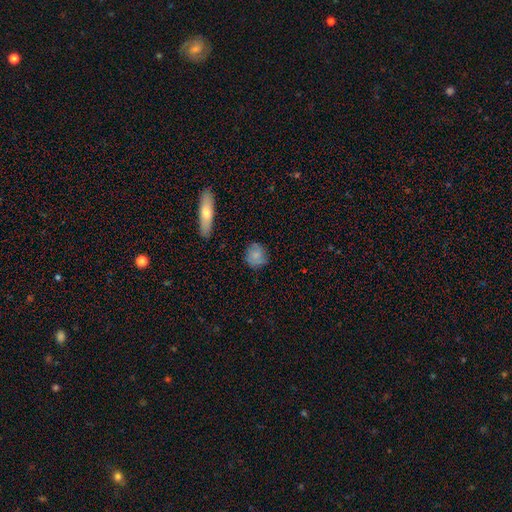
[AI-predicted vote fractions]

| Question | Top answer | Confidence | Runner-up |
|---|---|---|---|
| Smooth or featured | smooth | 77% | featured or disk (15%) |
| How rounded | round | 79% | in between (19%) |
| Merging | none | 79% | minor disturbance (15%) |